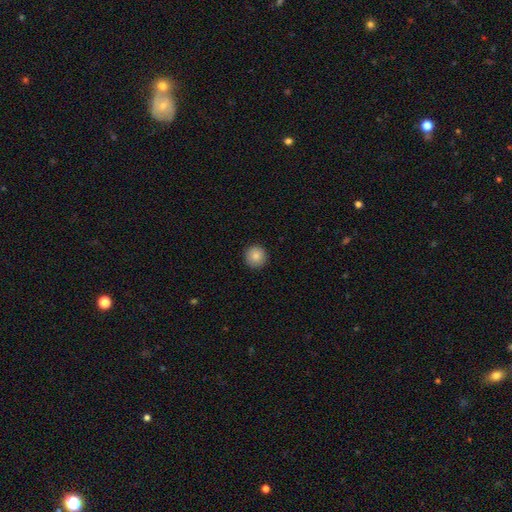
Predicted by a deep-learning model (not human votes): Overall: smooth (86%). How rounded: round (94%). Merging: none (92%).